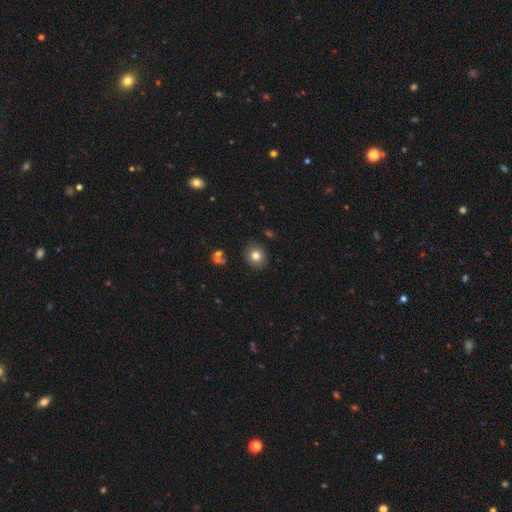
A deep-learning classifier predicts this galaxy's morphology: type=smooth (79%); roundness=round (76%); merging=none (87%).